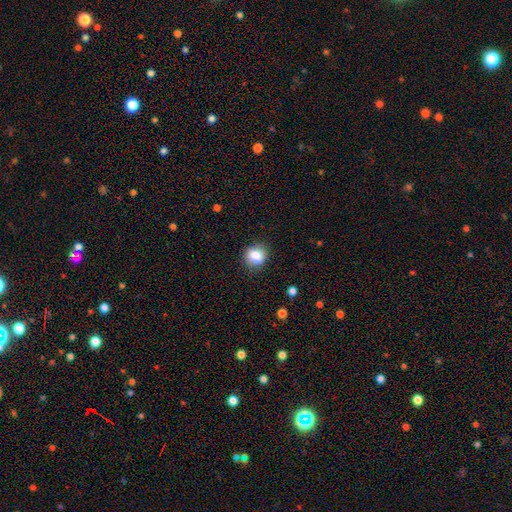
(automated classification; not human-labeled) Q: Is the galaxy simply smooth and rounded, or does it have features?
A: smooth — 83%.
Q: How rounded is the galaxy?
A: round — 69%.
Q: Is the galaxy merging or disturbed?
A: none — 83%.